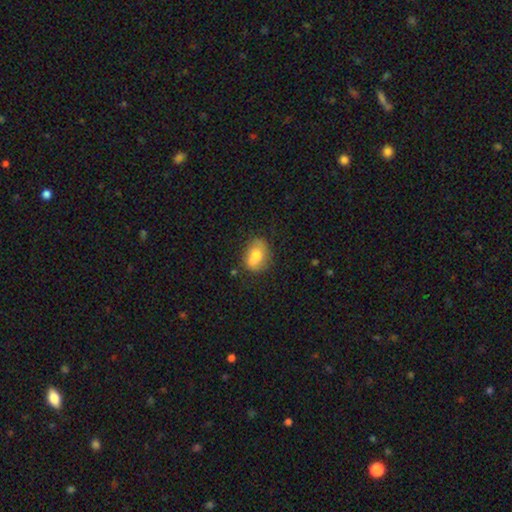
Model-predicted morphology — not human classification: Smooth or featured?
  - smooth: 67% *
  - featured or disk: 24%
  - star or artifact: 9%
How rounded?
  - in between: 67% *
  - round: 30%
  - cigar-shaped: 3%
Merging?
  - none: 52% *
  - minor disturbance: 21%
  - merger: 20%
  - major disturbance: 7%